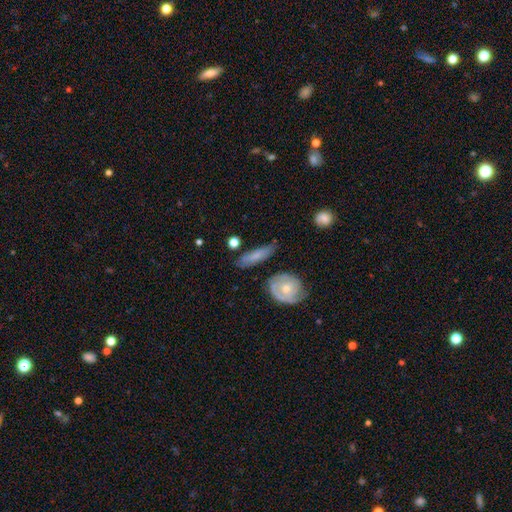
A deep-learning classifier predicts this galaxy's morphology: Smooth or featured?
  - smooth: 59% *
  - featured or disk: 33%
  - star or artifact: 8%
How rounded?
  - cigar-shaped: 50% *
  - in between: 45%
  - round: 5%
Merging?
  - none: 67% *
  - minor disturbance: 22%
  - major disturbance: 7%
  - merger: 5%